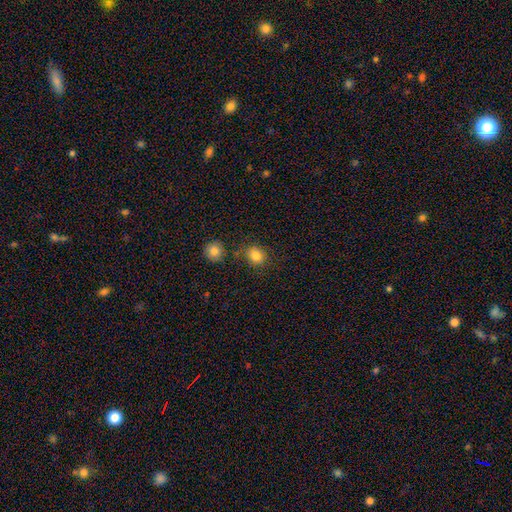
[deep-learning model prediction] The model was most divided on "how rounded": round: 69%, in between: 30%, cigar-shaped: 1%. More confident: smooth or featured — smooth (83%); merging — none (74%).